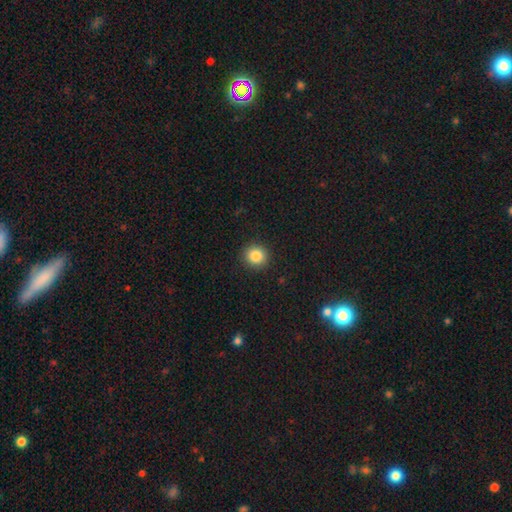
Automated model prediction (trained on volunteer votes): Smooth or featured? smooth (85%)
How rounded? round (91%)
Merging? none (92%)